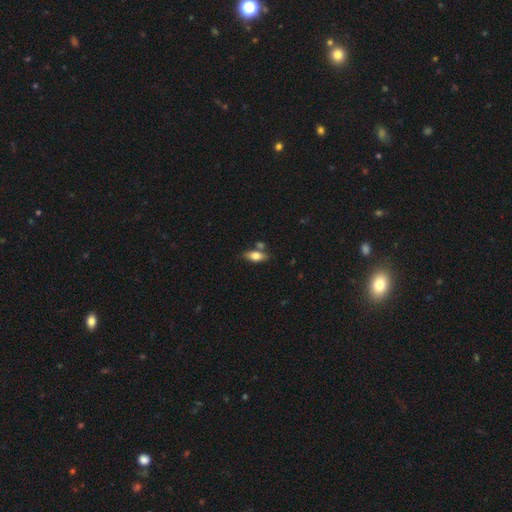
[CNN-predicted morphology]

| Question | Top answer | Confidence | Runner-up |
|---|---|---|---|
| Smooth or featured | smooth | 72% | featured or disk (21%) |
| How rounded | in between | 81% | cigar-shaped (15%) |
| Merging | none | 68% | minor disturbance (14%) |